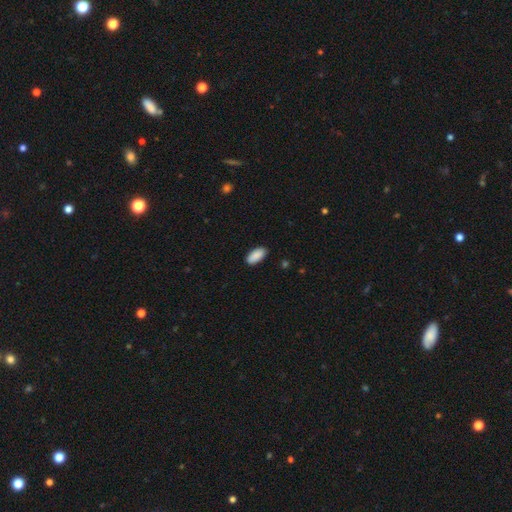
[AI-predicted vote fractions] This is clearly a smooth galaxy (91%). How rounded: clearly in between (93%). Merging: clearly none (89%).